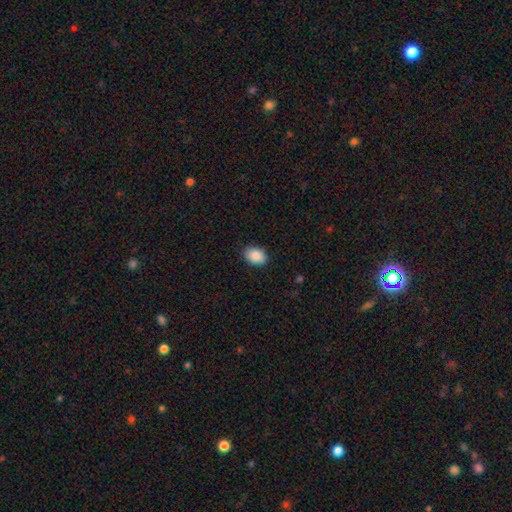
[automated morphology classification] smooth 89%, star or artifact 7%, featured or disk 3%. Down the decision tree: how rounded — in between (80%); merging — none (88%).